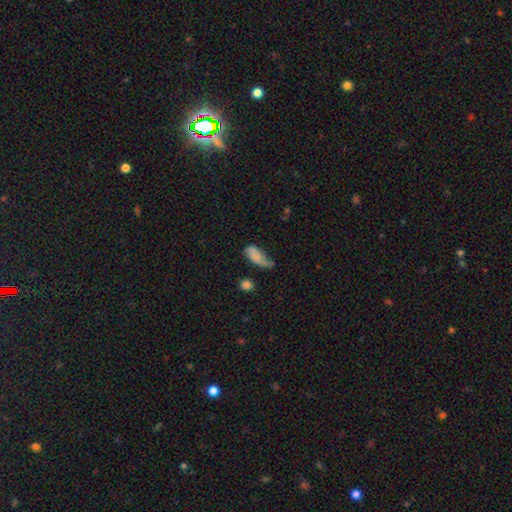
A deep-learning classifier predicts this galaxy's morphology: A smooth galaxy with no disk features (60%) that is in between round and cigar-shaped (85%).

Vote fractions:
- Smooth or featured? smooth: 60% / featured or disk: 30% / star or artifact: 10%
- How rounded? in between: 85% / cigar-shaped: 10% / round: 4%
- Merging? minor disturbance: 33% / major disturbance: 32% / none: 27% / merger: 8%